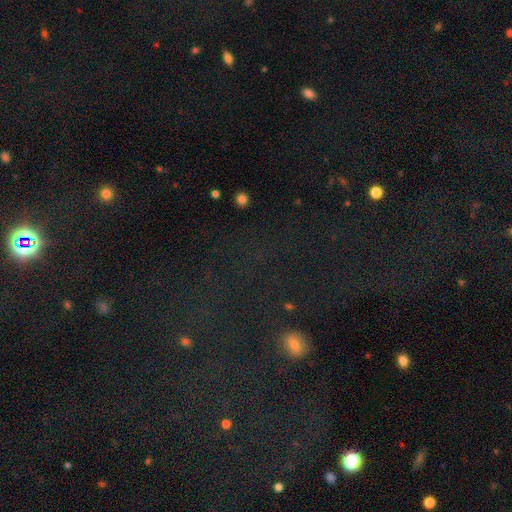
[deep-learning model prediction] The model was most divided on "smooth or featured": star or artifact: 72%, smooth: 17%, featured or disk: 11%.